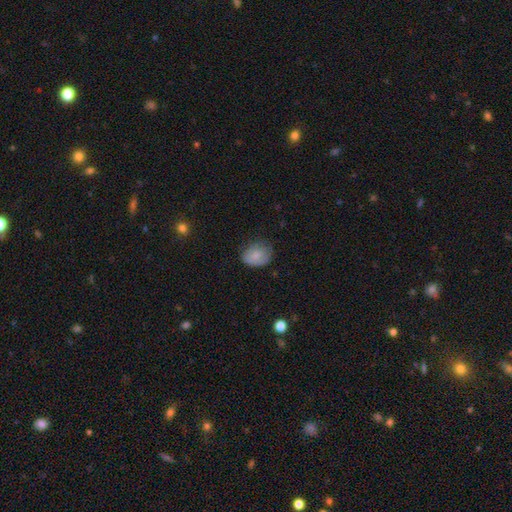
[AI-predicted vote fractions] This is likely a smooth galaxy (78%). How rounded: possibly in between (53%). Merging: likely none (63%).